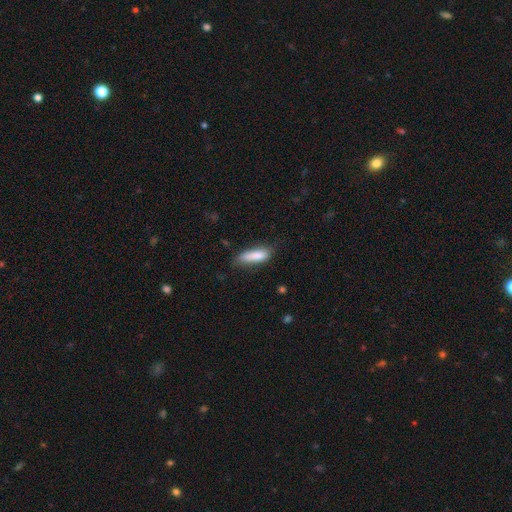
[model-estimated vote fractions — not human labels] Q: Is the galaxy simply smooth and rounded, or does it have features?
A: smooth — 83%.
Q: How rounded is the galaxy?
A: cigar-shaped — 54%.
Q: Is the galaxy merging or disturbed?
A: none — 63%.